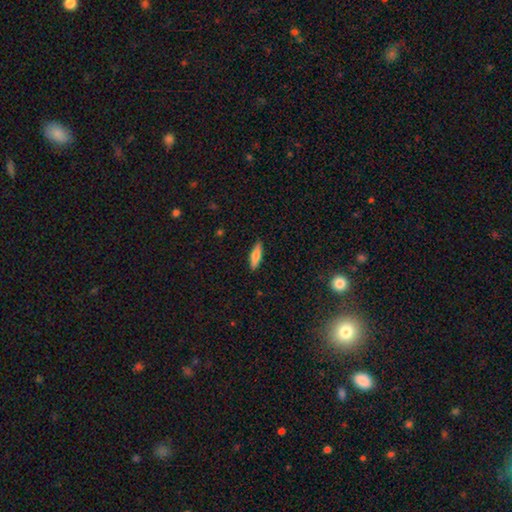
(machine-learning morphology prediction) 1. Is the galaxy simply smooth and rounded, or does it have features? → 71% smooth, 22% featured or disk, 6% star or artifact.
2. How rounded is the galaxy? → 61% cigar-shaped, 37% in between, 2% round.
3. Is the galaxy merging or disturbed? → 89% none, 8% minor disturbance, 2% major disturbance, 1% merger.